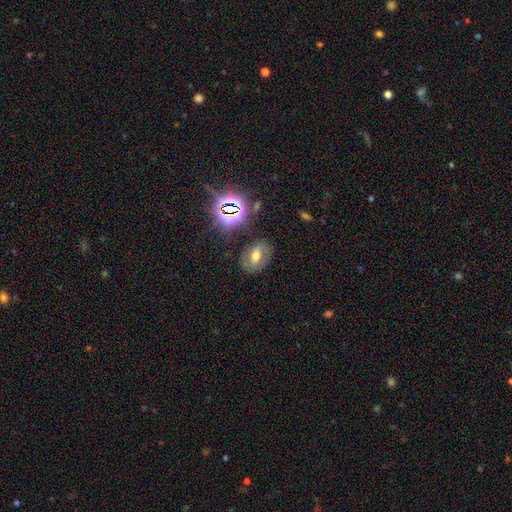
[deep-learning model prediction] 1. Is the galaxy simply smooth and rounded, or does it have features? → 41% featured or disk, 38% smooth, 21% star or artifact.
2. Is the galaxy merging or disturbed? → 75% none, 16% minor disturbance, 7% major disturbance, 2% merger.